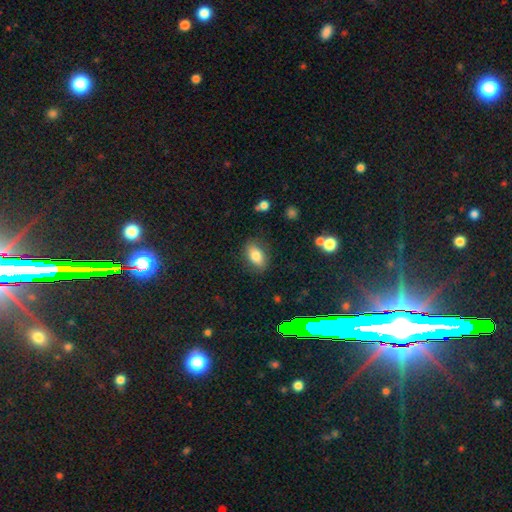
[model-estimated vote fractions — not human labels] Smooth or featured? smooth (80%)
How rounded? in between (88%)
Merging? none (82%)